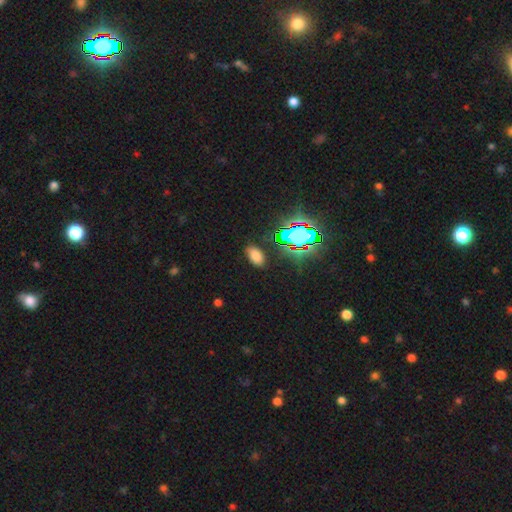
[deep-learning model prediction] Smooth or featured: smooth — 69% (star or artifact — 24%)
How rounded: in between — 91% (round — 6%)
Merging: none — 86% (minor disturbance — 10%)